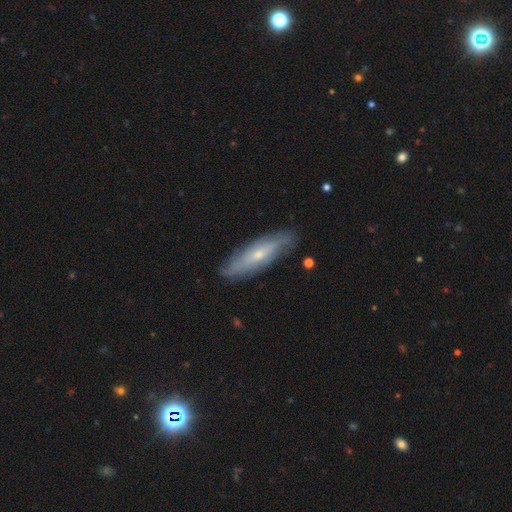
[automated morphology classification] Smooth or featured? Predicted: featured or disk (p=0.54). Edge-on disk? Predicted: no (p=0.53). Merging? Predicted: none (p=0.84).